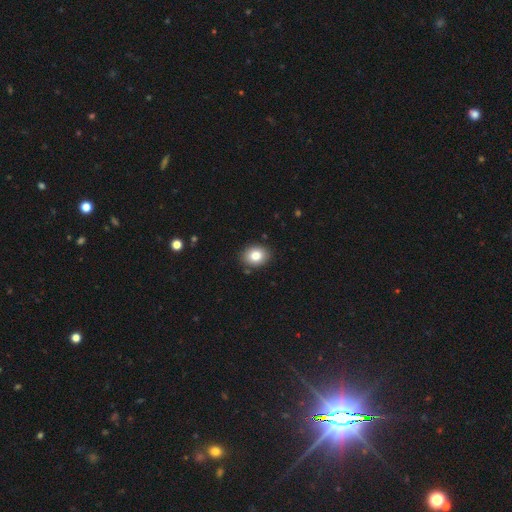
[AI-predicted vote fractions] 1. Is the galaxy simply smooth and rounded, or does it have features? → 83% smooth, 9% star or artifact, 8% featured or disk.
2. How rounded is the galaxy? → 50% round, 49% in between, 1% cigar-shaped.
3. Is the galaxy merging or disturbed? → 88% none, 9% minor disturbance, 2% major disturbance, 2% merger.